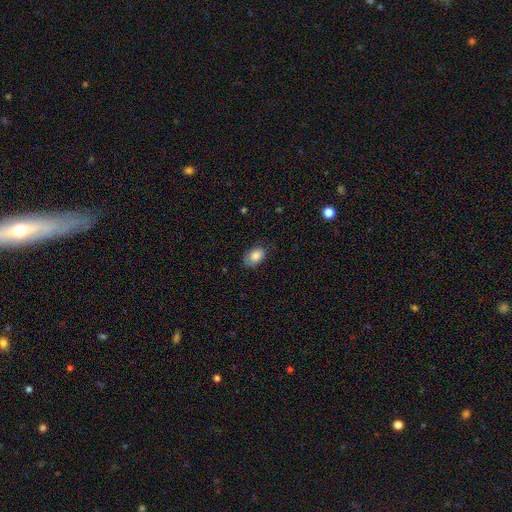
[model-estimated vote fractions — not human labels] Smooth or featured? Predicted: smooth (p=0.83). How rounded? Predicted: in between (p=0.86). Merging? Predicted: none (p=0.73).